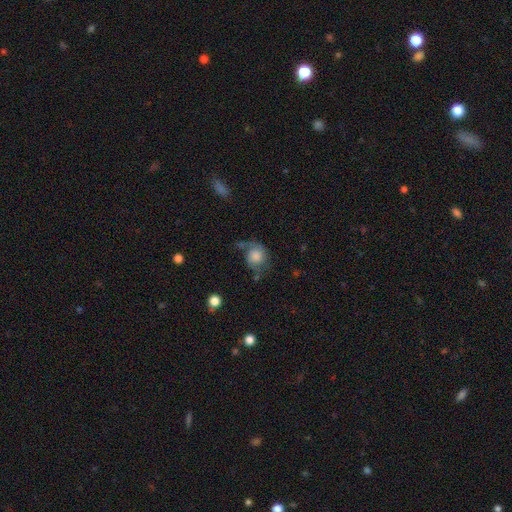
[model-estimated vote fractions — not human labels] Smooth or featured? featured or disk (48%)
Merging? none (43%)